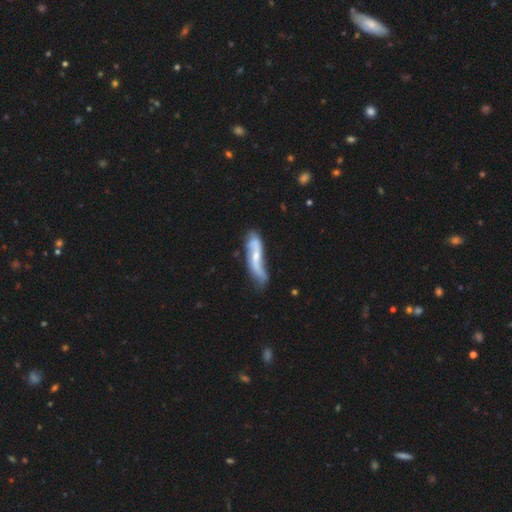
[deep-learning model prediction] A featured or disk galaxy (67%) with no bar (46%), spiral arms (87%) and a small central bulge (53%). Merging: none (49%).